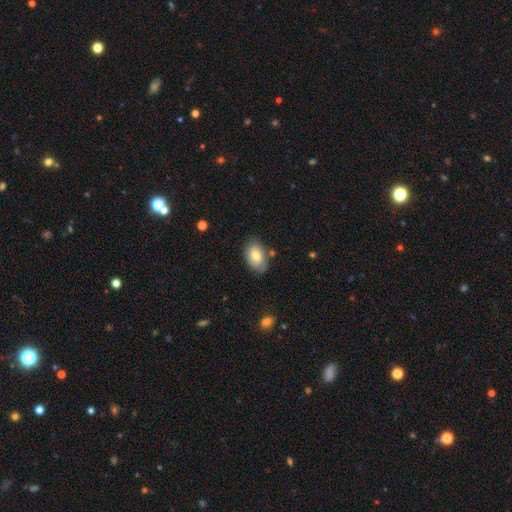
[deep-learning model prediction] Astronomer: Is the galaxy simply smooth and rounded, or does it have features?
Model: smooth — 72%.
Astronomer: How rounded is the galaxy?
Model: in between — 88%.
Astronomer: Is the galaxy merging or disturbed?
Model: none — 71%.